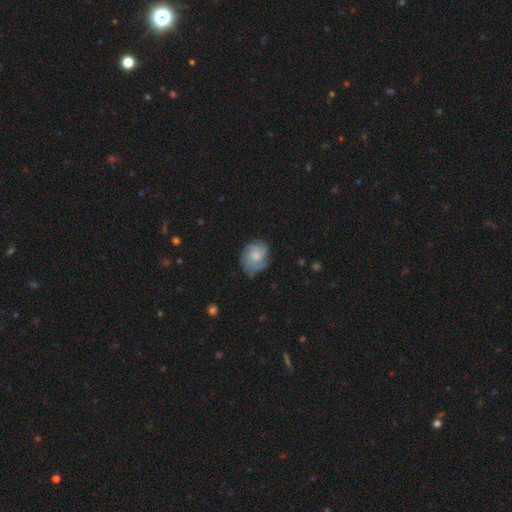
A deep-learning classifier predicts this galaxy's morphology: Overall: smooth (52%; featured or disk 41%). How rounded: round (55%; in between 44%). Merging: none (62%; minor disturbance 28%).